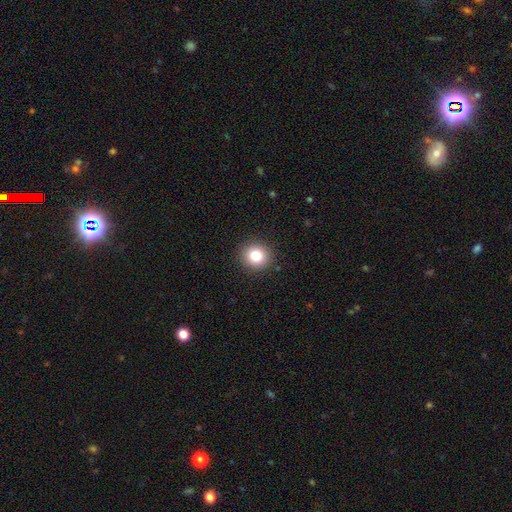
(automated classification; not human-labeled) A smooth galaxy with no disk features (83%) that is round (88%).

Vote fractions:
- Smooth or featured? smooth: 83% / star or artifact: 11% / featured or disk: 6%
- How rounded? round: 88% / in between: 11% / cigar-shaped: 1%
- Merging? none: 91% / minor disturbance: 6% / major disturbance: 2% / merger: 1%